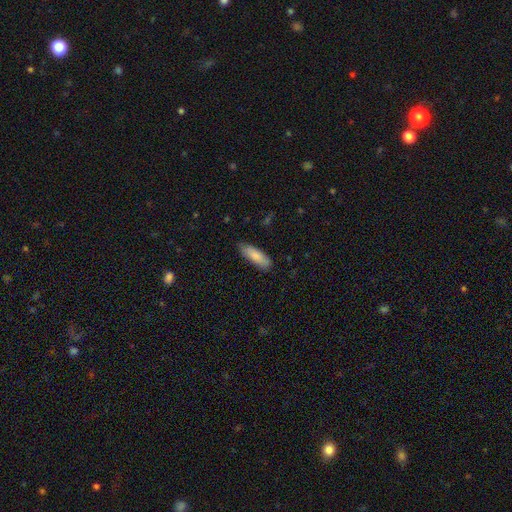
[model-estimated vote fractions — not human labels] A smooth galaxy with no disk features (83%) that is in between round and cigar-shaped (51%).

Vote fractions:
- Smooth or featured? smooth: 83% / featured or disk: 12% / star or artifact: 6%
- How rounded? in between: 51% / cigar-shaped: 47% / round: 2%
- Merging? none: 83% / minor disturbance: 13% / major disturbance: 2% / merger: 1%